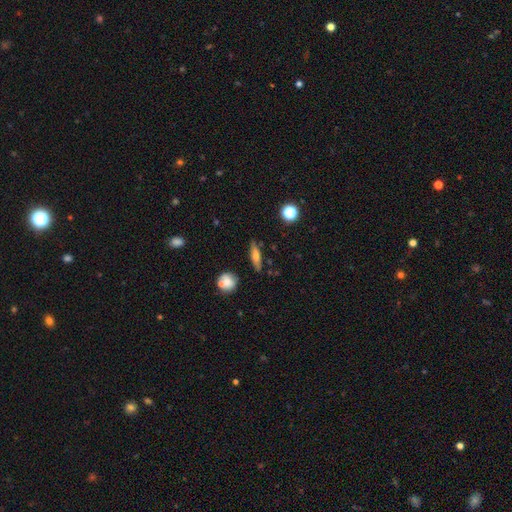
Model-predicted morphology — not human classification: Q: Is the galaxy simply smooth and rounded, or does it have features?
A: smooth — 57%.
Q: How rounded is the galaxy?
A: cigar-shaped — 60%.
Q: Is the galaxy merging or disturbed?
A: none — 80%.